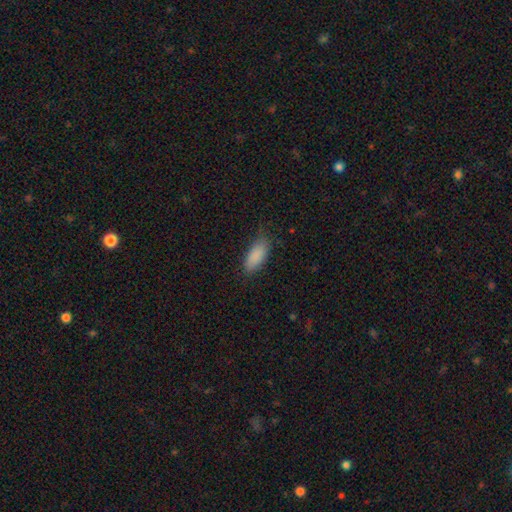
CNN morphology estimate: This appears to be a smooth galaxy with no disk features (88%) that is in between round and cigar-shaped (83%). Merging: none (76%).